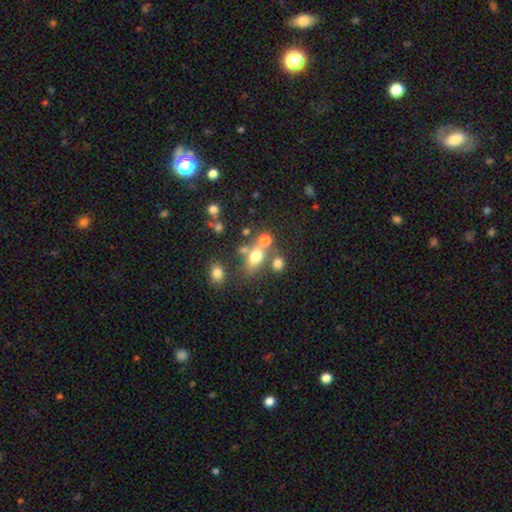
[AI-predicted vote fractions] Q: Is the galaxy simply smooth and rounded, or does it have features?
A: smooth — 68%.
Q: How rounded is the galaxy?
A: in between — 64%.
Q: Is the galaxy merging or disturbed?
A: none — 47%.